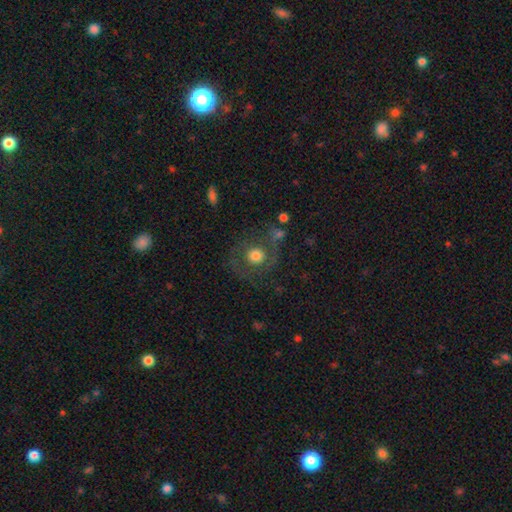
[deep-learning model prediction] This appears to be a smooth galaxy with no disk features (54%) that is round (89%). Merging: none (68%).